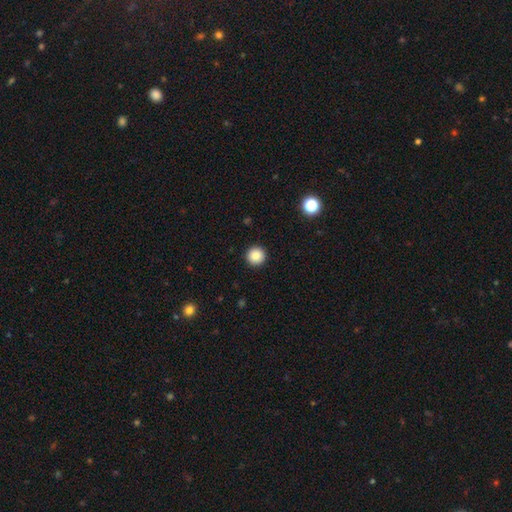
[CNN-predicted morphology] A smooth galaxy with no disk features (85%) that is round (96%). Merging: none (93%).